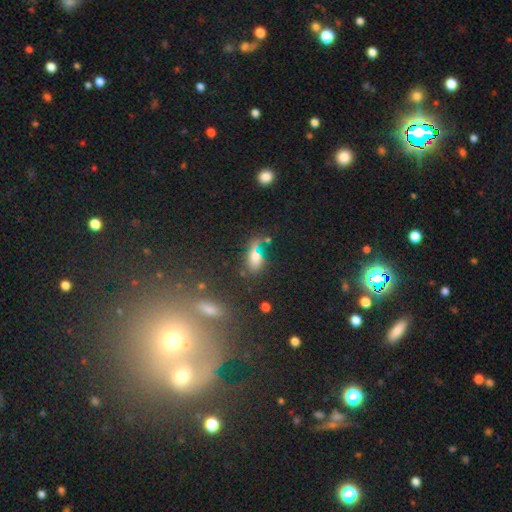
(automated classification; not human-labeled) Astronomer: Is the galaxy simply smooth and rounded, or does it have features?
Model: smooth — 61%.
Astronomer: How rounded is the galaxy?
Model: in between — 76%.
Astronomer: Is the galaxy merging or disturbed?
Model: none — 40% (runner-up: major disturbance, 22%).